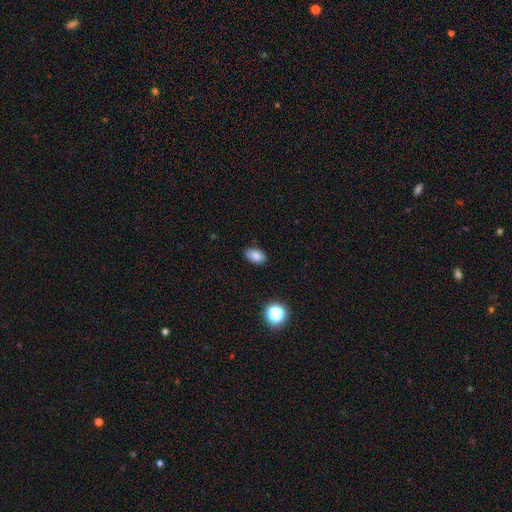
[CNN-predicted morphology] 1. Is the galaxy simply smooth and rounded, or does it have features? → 84% smooth, 10% star or artifact, 6% featured or disk.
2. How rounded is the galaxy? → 88% in between, 10% round, 1% cigar-shaped.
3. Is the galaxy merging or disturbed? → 79% none, 17% minor disturbance, 3% major disturbance, 1% merger.